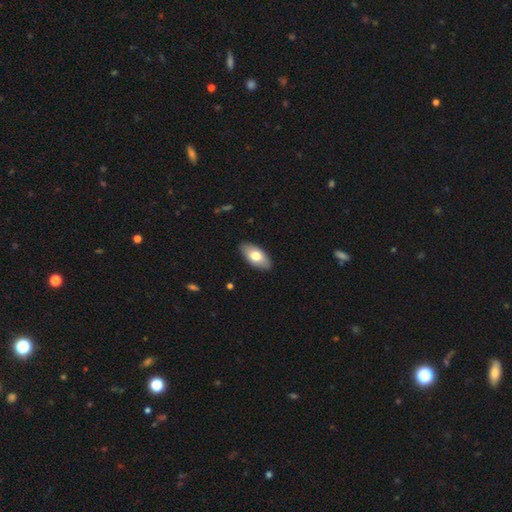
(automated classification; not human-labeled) Q: Smooth or featured?
A: smooth (71%); runner-up: featured or disk (24%)
Q: How rounded?
A: in between (93%); runner-up: cigar-shaped (4%)
Q: Merging?
A: none (89%); runner-up: minor disturbance (8%)